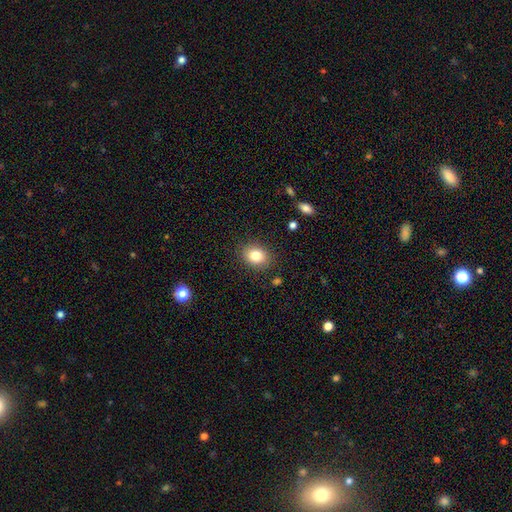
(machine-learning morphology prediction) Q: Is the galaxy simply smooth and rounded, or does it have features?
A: smooth — 81%.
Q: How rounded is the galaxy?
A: in between — 53%.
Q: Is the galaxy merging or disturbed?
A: none — 86%.